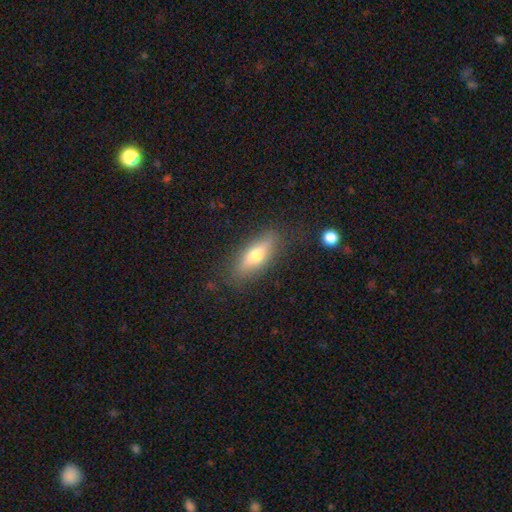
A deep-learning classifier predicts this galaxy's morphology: type=smooth (63%); roundness=in between (58%); merging=none (81%).